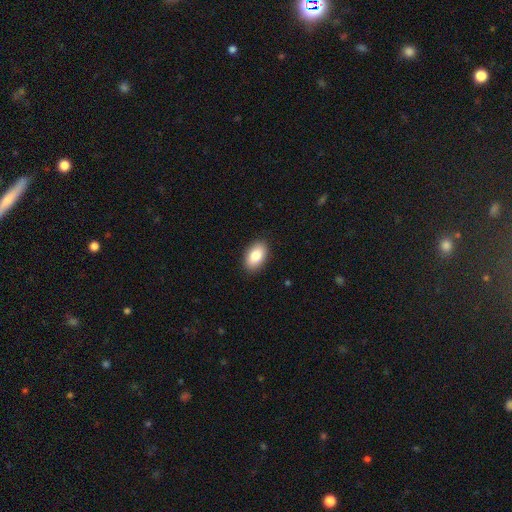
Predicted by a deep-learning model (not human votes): Smooth or featured? Predicted: smooth (p=0.85). How rounded? Predicted: in between (p=0.93). Merging? Predicted: none (p=0.89).